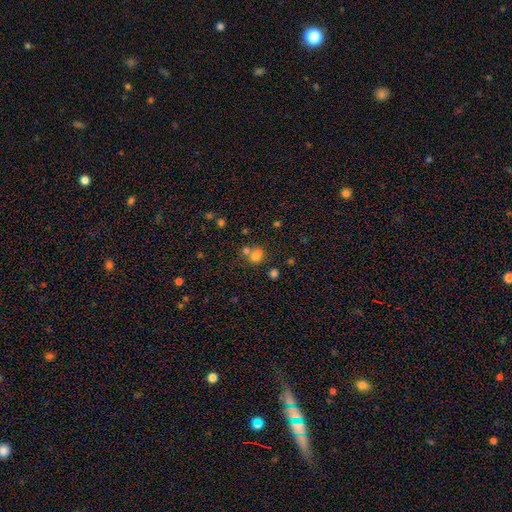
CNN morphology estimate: A smooth galaxy with no disk features (73%) that is round (65%). Merging: none (46%).